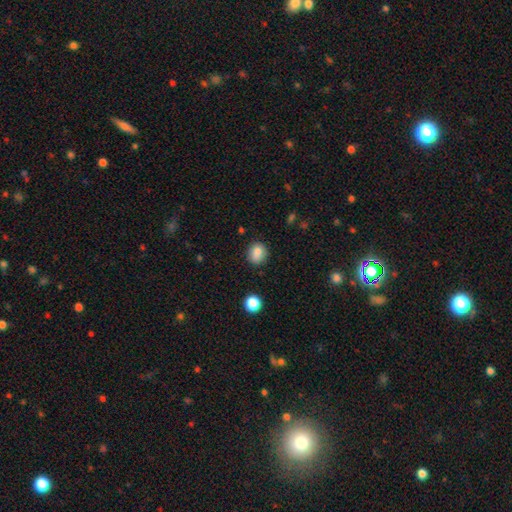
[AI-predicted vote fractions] This appears to be a smooth galaxy with no disk features (83%) that is round (75%). Merging: none (83%).